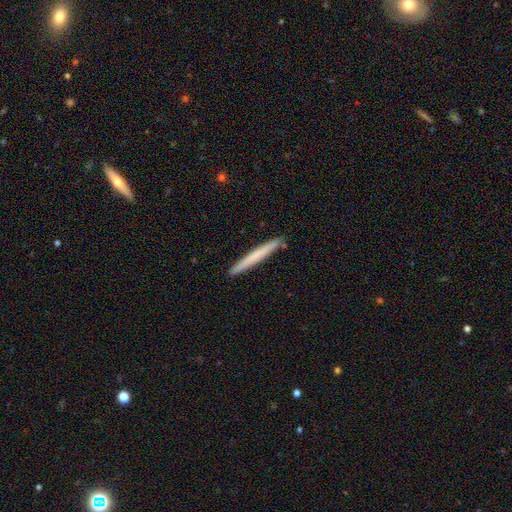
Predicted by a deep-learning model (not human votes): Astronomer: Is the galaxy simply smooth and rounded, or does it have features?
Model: smooth — 65%.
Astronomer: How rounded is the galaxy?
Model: cigar-shaped — 97%.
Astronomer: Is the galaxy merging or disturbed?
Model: none — 92%.